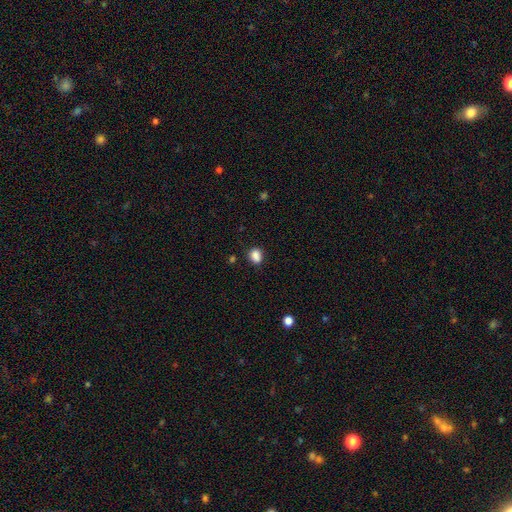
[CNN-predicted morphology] Smooth or featured?
  - smooth: 86% *
  - star or artifact: 10%
  - featured or disk: 4%
How rounded?
  - round: 51% *
  - in between: 48%
  - cigar-shaped: 1%
Merging?
  - none: 75% *
  - minor disturbance: 18%
  - major disturbance: 4%
  - merger: 3%